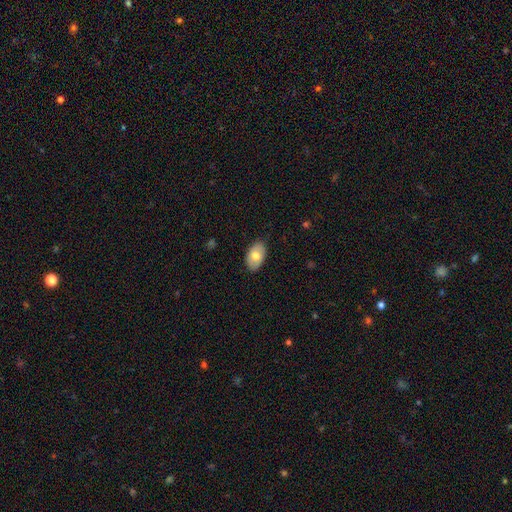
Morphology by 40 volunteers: Volunteers were most divided on "smooth or featured": smooth: 60%, featured or disk: 38%, star or artifact: 2%. More confident: how rounded — in between (96%); merging — none (72%).